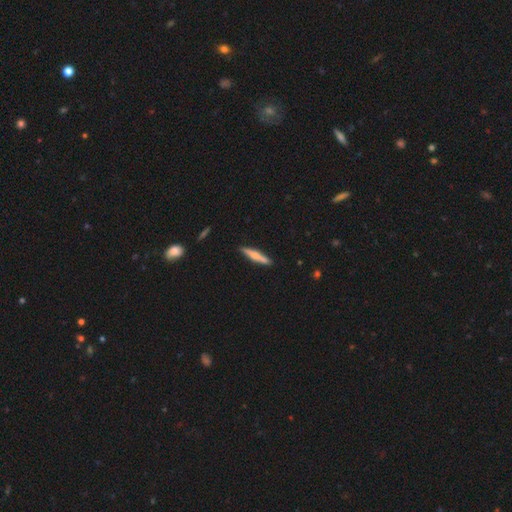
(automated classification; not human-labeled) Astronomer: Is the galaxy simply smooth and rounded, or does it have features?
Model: smooth — 57% (runner-up: featured or disk, 38%).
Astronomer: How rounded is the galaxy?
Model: cigar-shaped — 91%.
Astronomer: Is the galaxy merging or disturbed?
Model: none — 89%.